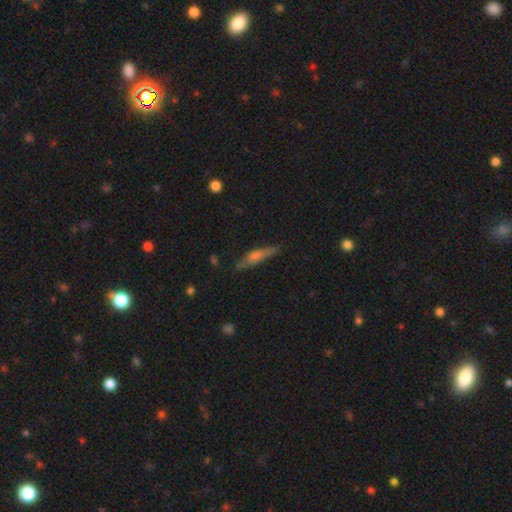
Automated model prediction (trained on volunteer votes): Overall: featured or disk (46%; smooth 45%). Merging: none (76%).